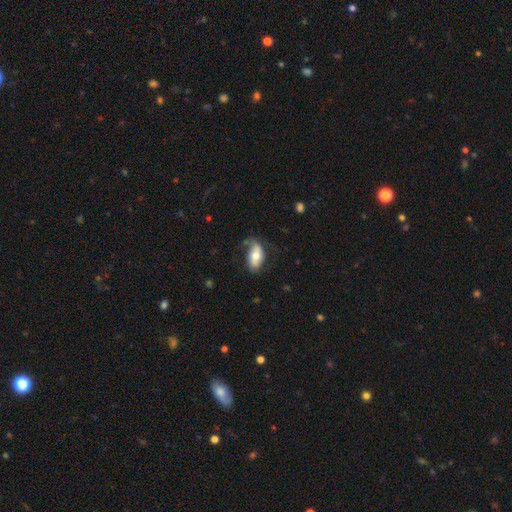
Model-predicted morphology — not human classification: Smooth or featured? smooth (54%)
How rounded? in between (91%)
Merging? none (51%)